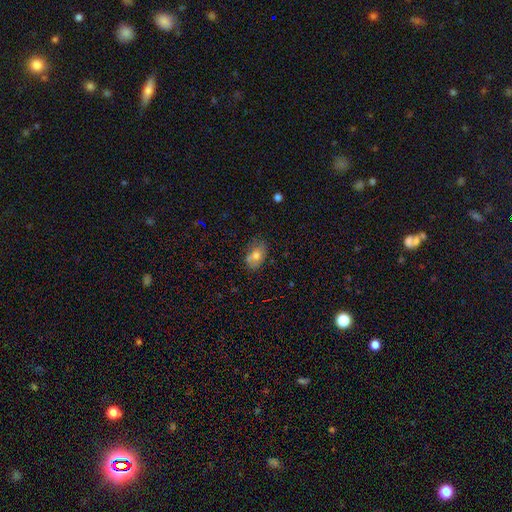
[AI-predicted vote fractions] Smooth or featured?
  - smooth: 73% *
  - featured or disk: 18%
  - star or artifact: 9%
How rounded?
  - in between: 84% *
  - round: 14%
  - cigar-shaped: 2%
Merging?
  - none: 67% *
  - minor disturbance: 23%
  - major disturbance: 5%
  - merger: 5%